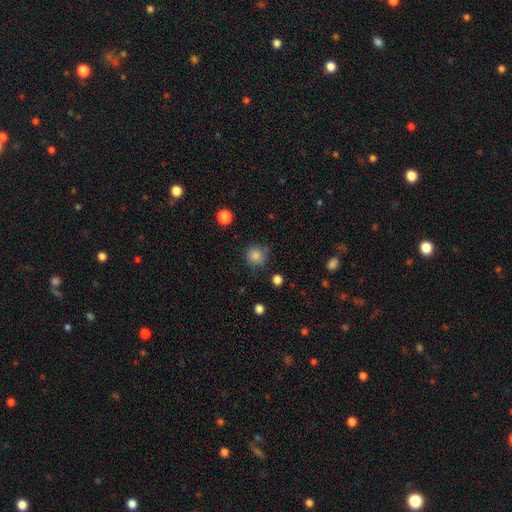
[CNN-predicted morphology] The model was most divided on "merging": none: 83%, minor disturbance: 12%, major disturbance: 3%, merger: 2%. More confident: how rounded — round (92%); smooth or featured — smooth (84%).